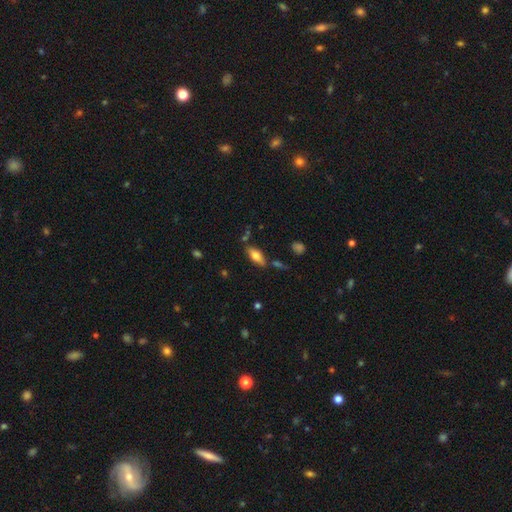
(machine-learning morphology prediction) Q: Smooth or featured?
A: smooth (70%); runner-up: featured or disk (22%)
Q: How rounded?
A: in between (80%); runner-up: cigar-shaped (17%)
Q: Merging?
A: none (74%); runner-up: minor disturbance (15%)